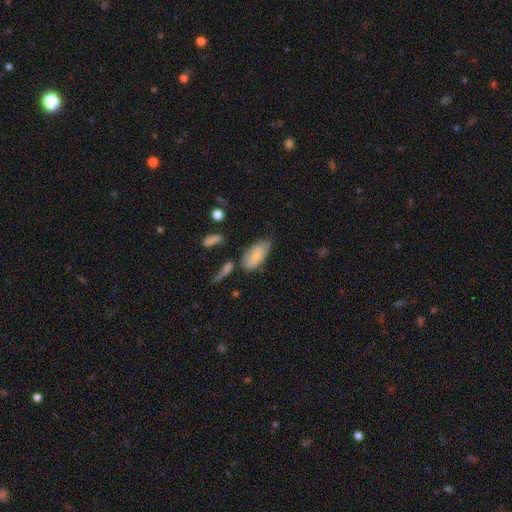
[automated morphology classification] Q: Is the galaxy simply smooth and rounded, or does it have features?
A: smooth — 74%.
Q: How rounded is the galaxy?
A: in between — 92%.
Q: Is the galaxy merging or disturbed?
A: none — 54%.